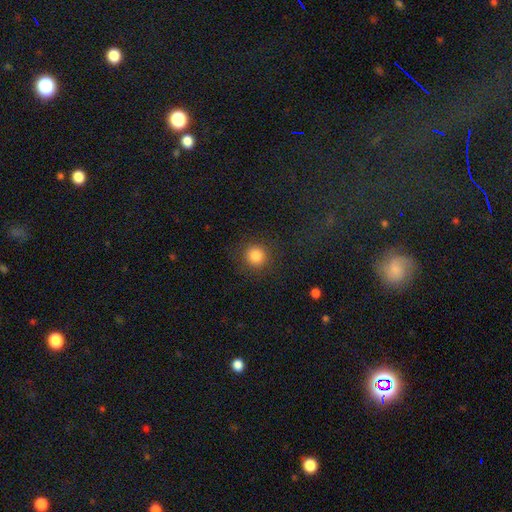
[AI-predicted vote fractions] Morphology: type=smooth (84%); roundness=round (92%); merging=none (88%).